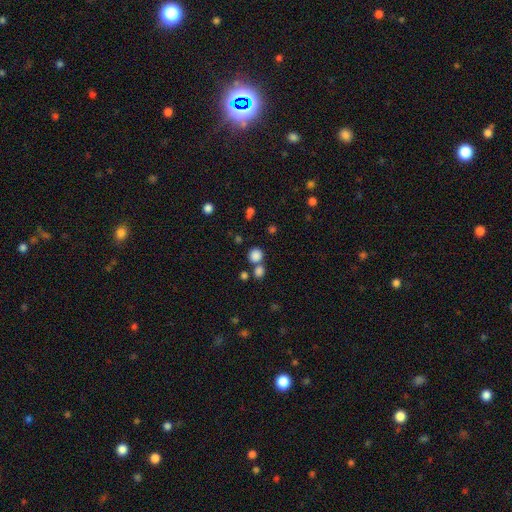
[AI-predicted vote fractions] Q: Smooth or featured?
A: smooth (83%); runner-up: star or artifact (12%)
Q: How rounded?
A: round (86%); runner-up: in between (12%)
Q: Merging?
A: none (61%); runner-up: merger (28%)